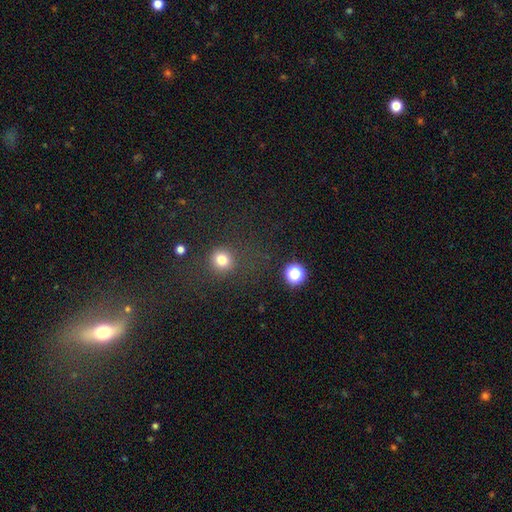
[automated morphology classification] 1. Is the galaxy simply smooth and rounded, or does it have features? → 49% smooth, 39% star or artifact, 11% featured or disk.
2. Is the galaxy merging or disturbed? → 76% none, 10% minor disturbance, 7% major disturbance, 7% merger.